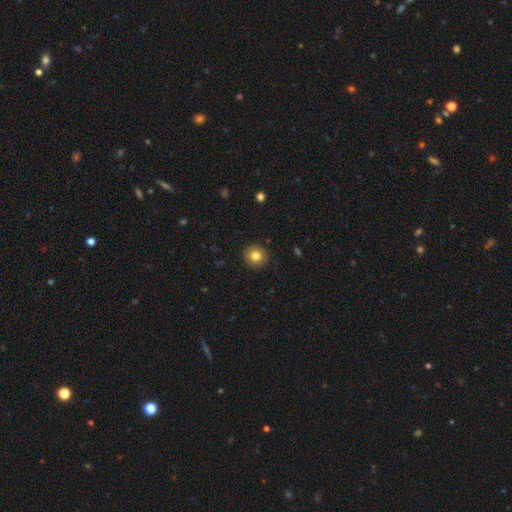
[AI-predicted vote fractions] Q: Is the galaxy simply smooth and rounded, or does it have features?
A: smooth — 81%.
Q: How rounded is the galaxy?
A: round — 89%.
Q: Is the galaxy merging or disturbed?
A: none — 91%.